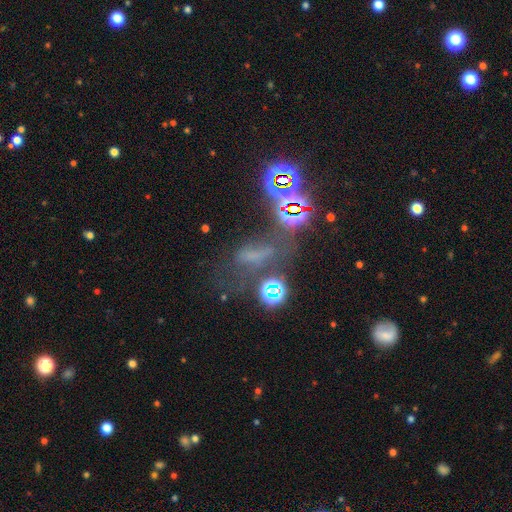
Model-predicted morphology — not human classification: Smooth or featured? Predicted: star or artifact (p=0.49).